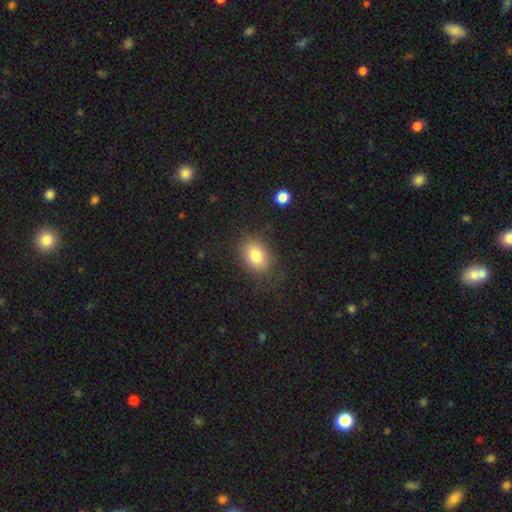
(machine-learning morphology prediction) A smooth galaxy with no disk features (81%) that is in between round and cigar-shaped (69%). Merging: none (78%).